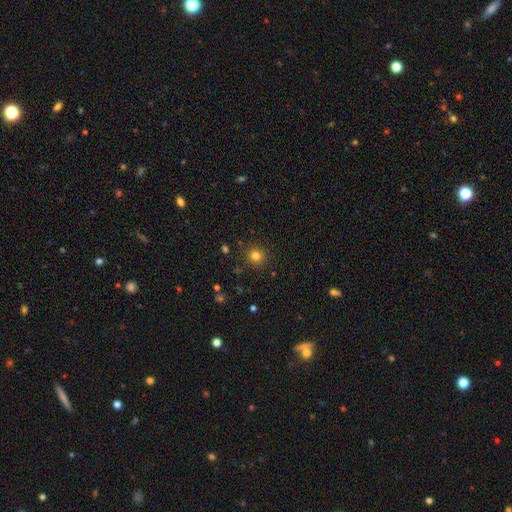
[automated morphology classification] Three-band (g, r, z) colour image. It shows a smooth galaxy with no disk features (80%) that is round (93%). Merging: none (90%).